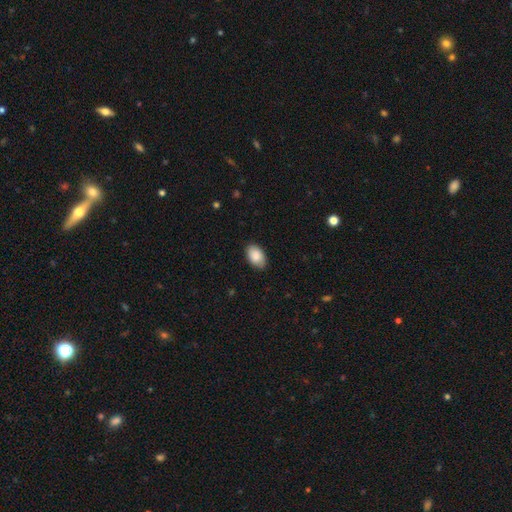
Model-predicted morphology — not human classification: Smooth or featured? smooth (88%)
How rounded? in between (93%)
Merging? none (86%)